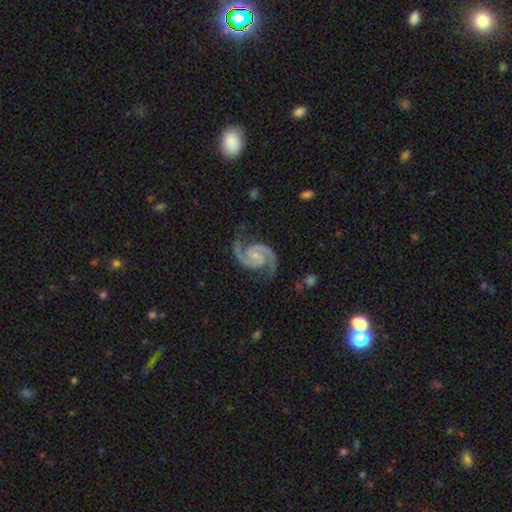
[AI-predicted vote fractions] This appears to be a featured or disk galaxy (95%) with no bar (57%), 2 (95%) medium (61%) spiral arms (99%) and a small central bulge (67%). Merging: none (80%).